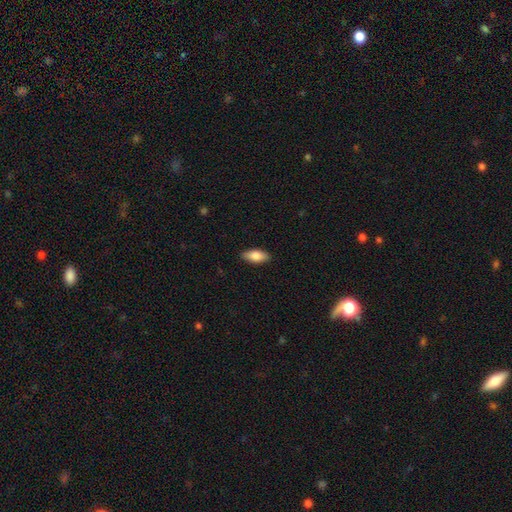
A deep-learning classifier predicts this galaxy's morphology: smooth 82%, featured or disk 12%, star or artifact 6%. Down the decision tree: how rounded — in between (85%); merging — none (89%).